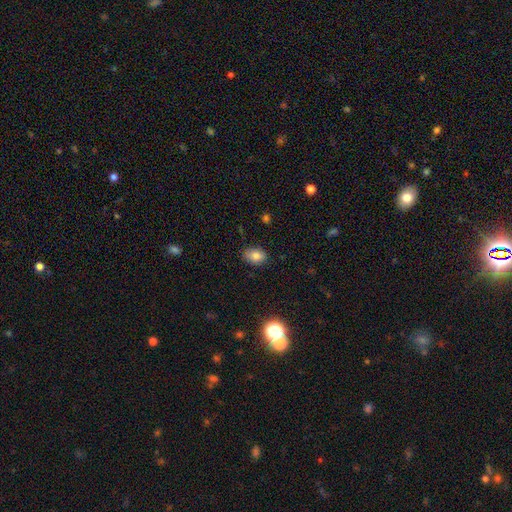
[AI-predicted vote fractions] smooth 81%, star or artifact 11%, featured or disk 7%. Down the decision tree: how rounded — in between (77%); merging — none (80%).